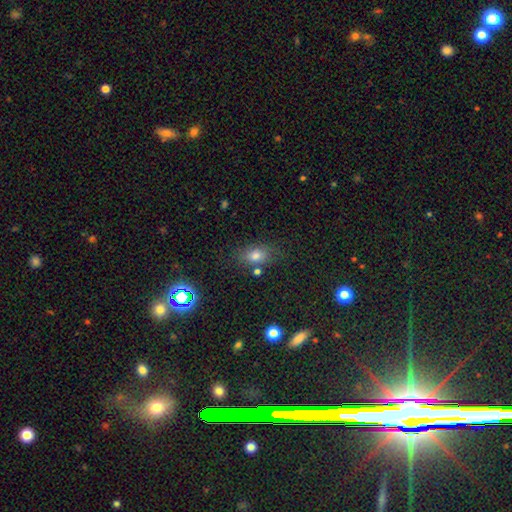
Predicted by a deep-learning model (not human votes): Smooth or featured: smooth — 73% (star or artifact — 17%)
How rounded: in between — 72% (round — 25%)
Merging: none — 73% (minor disturbance — 15%)